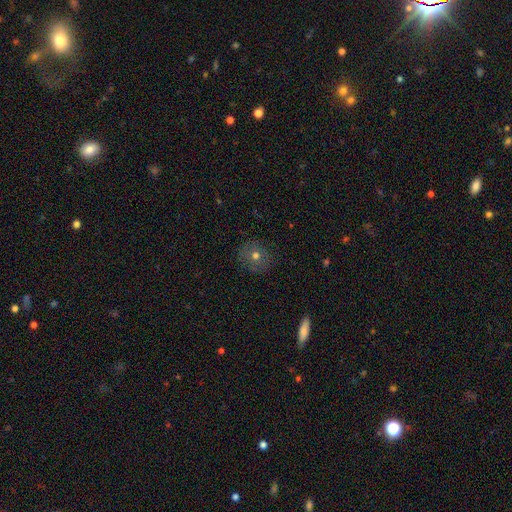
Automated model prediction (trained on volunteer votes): Q: Smooth or featured?
A: smooth (66%); runner-up: featured or disk (20%)
Q: How rounded?
A: round (85%); runner-up: in between (14%)
Q: Merging?
A: none (84%); runner-up: minor disturbance (11%)